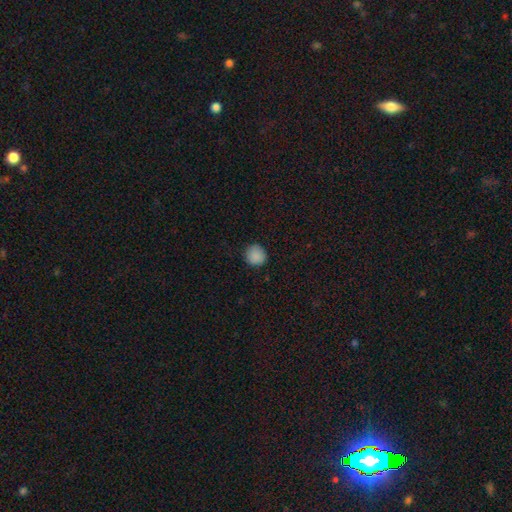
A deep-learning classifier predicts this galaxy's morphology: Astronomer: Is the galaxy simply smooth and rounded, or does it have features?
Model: smooth — 89%.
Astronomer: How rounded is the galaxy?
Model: round — 94%.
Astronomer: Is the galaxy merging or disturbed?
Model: none — 90%.